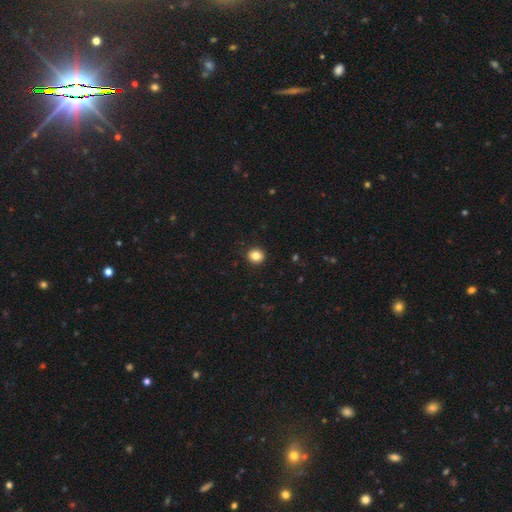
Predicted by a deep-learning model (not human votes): Smooth or featured?
  - smooth: 84% *
  - star or artifact: 10%
  - featured or disk: 5%
How rounded?
  - round: 87% *
  - in between: 12%
  - cigar-shaped: 1%
Merging?
  - none: 92% *
  - minor disturbance: 6%
  - major disturbance: 2%
  - merger: 1%